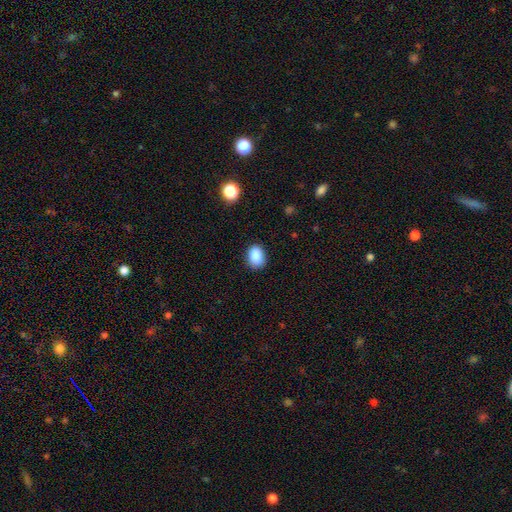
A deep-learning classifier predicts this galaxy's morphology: Smooth or featured? Predicted: smooth (p=0.87). How rounded? Predicted: in between (p=0.72). Merging? Predicted: none (p=0.83).